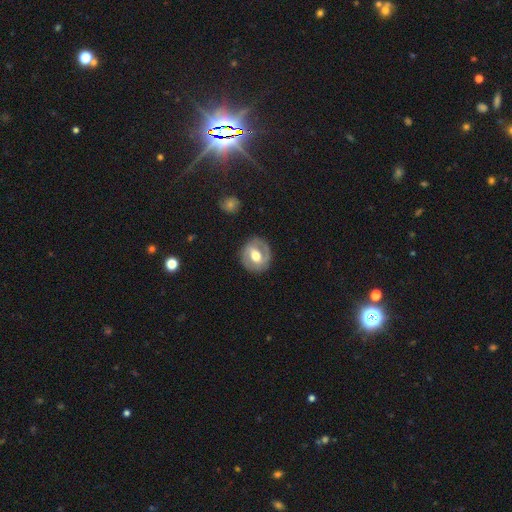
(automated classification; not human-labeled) Smooth or featured? featured or disk (66%)
Edge-on disk? no (96%)
Bar? weak (45%)
Spiral arms? yes (69%)
Bulge size? moderate (71%)
Merging? none (83%)